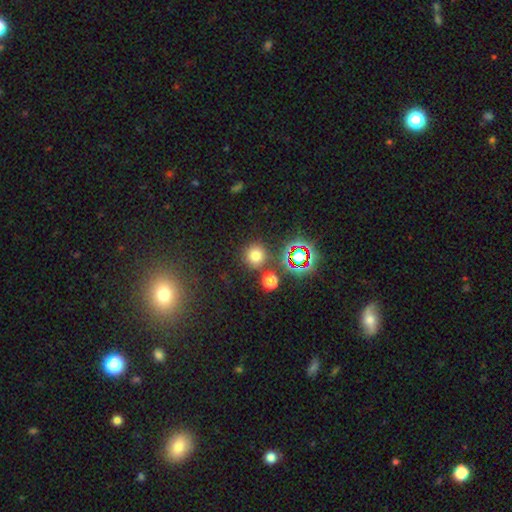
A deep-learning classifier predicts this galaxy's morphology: Smooth or featured: smooth — 70% (star or artifact — 24%)
How rounded: round — 93% (in between — 6%)
Merging: none — 80% (merger — 8%)